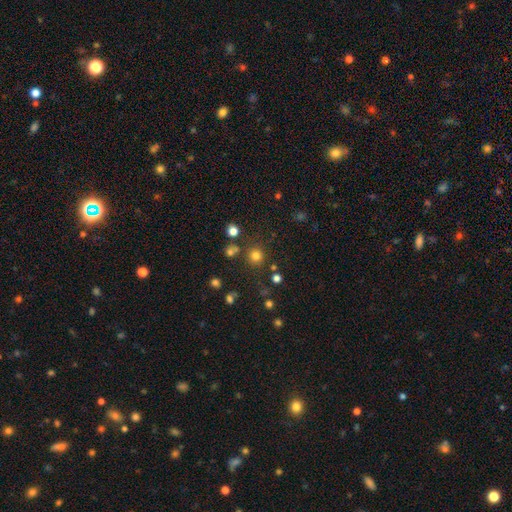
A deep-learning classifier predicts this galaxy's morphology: The model was most divided on "smooth or featured": smooth: 77%, star or artifact: 17%, featured or disk: 5%. More confident: how rounded — round (93%); merging — none (83%).